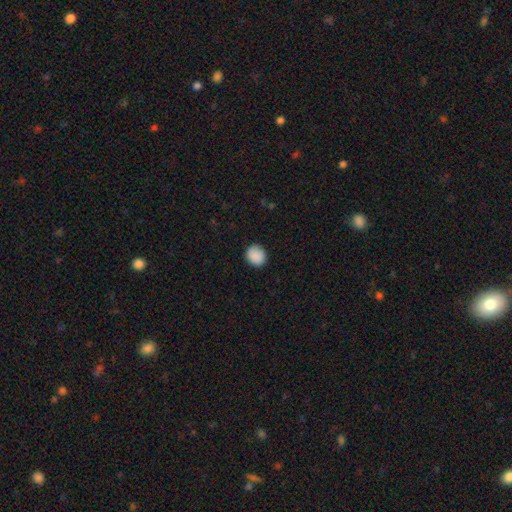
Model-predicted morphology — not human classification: Smooth or featured?
  - smooth: 89% *
  - star or artifact: 8%
  - featured or disk: 3%
How rounded?
  - round: 79% *
  - in between: 20%
  - cigar-shaped: 1%
Merging?
  - none: 87% *
  - minor disturbance: 10%
  - major disturbance: 2%
  - merger: 1%